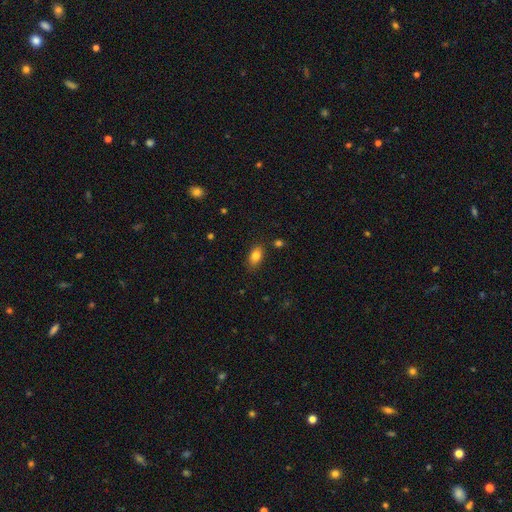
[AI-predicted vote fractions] smooth 81%, featured or disk 10%, star or artifact 9%. Down the decision tree: how rounded — in between (87%); merging — none (84%).